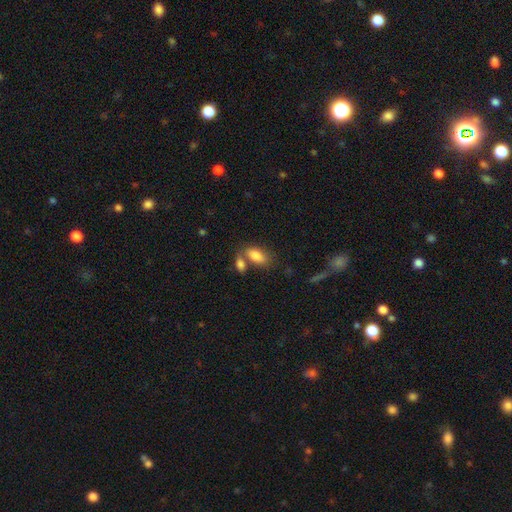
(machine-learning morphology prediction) smooth_or_featured: smooth (p=0.85) [alt: featured or disk p=0.08]
how_rounded: in between (p=0.90) [alt: cigar-shaped p=0.06]
merging: none (p=0.49) [alt: merger p=0.35]